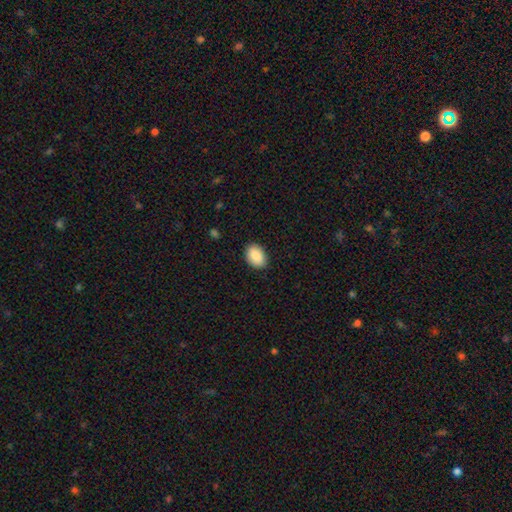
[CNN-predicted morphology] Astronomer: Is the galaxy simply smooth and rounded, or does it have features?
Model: smooth — 89%.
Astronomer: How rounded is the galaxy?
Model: in between — 84%.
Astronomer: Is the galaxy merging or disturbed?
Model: none — 86%.